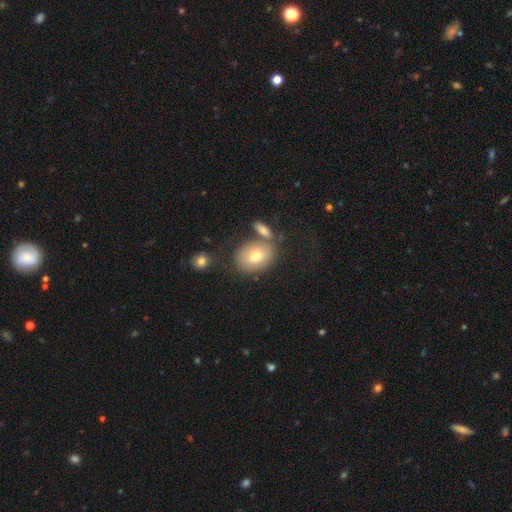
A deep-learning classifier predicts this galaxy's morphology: This appears to be a smooth galaxy with no disk features (73%) that is in between round and cigar-shaped (70%). Merging: none (63%).